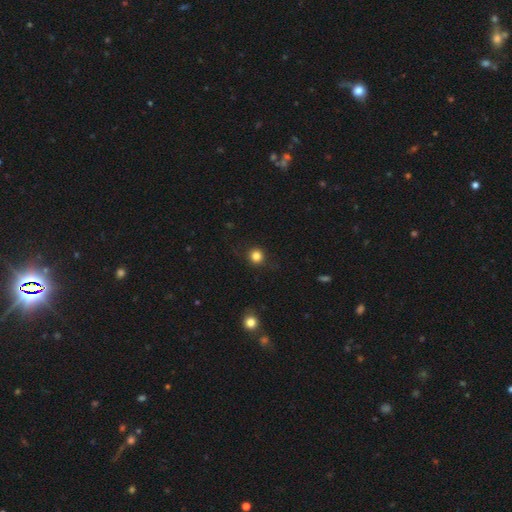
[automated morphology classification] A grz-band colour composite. It shows a smooth galaxy with no disk features (83%) that is round (93%). Merging: none (89%).